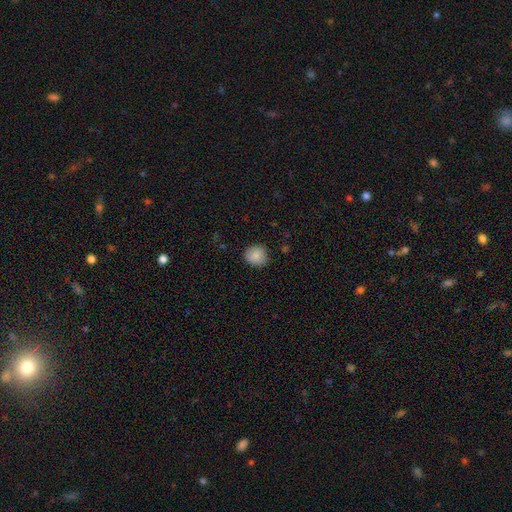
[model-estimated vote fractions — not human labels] Smooth or featured?
  - smooth: 87% *
  - star or artifact: 8%
  - featured or disk: 5%
How rounded?
  - round: 84% *
  - in between: 15%
  - cigar-shaped: 1%
Merging?
  - none: 84% *
  - minor disturbance: 13%
  - major disturbance: 3%
  - merger: 1%